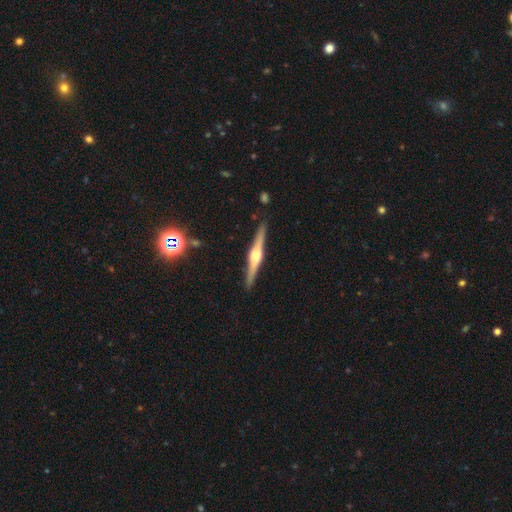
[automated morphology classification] Q: Smooth or featured?
A: featured or disk (80%); runner-up: smooth (15%)
Q: Edge-on disk?
A: yes (98%); runner-up: no (2%)
Q: Edge-on bulge?
A: rounded (85%); runner-up: boxy (12%)
Q: Merging?
A: none (91%); runner-up: minor disturbance (7%)